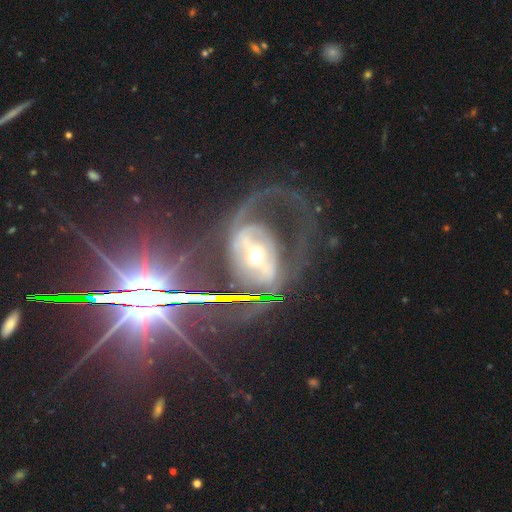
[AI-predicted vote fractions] This appears to be a featured or disk galaxy (79%) with a strong bar (56%), 2 (74%) medium (46%) spiral arms (78%) and a moderate central bulge (65%). Merging: none (47%).